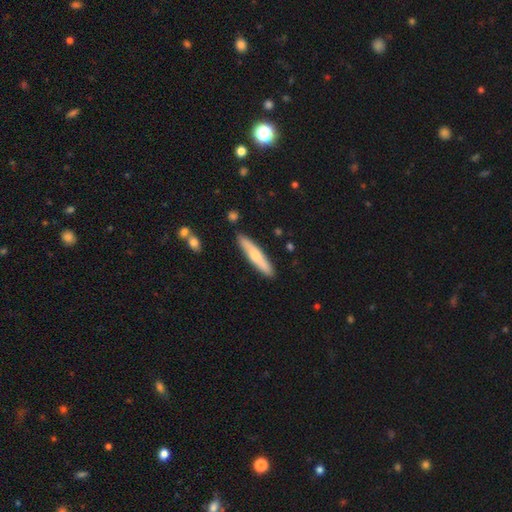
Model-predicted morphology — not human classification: Smooth or featured?
  - smooth: 60% *
  - featured or disk: 35%
  - star or artifact: 5%
How rounded?
  - cigar-shaped: 88% *
  - in between: 11%
  - round: 1%
Merging?
  - none: 88% *
  - minor disturbance: 9%
  - merger: 2%
  - major disturbance: 2%